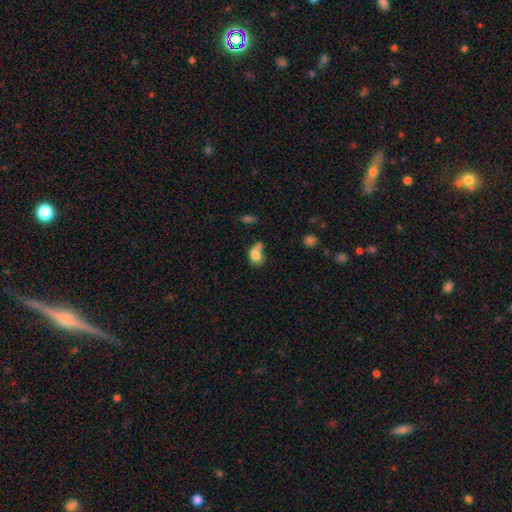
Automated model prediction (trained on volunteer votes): A smooth galaxy with no disk features (78%) that is in between round and cigar-shaped (55%).

Vote fractions:
- Smooth or featured? smooth: 78% / featured or disk: 12% / star or artifact: 10%
- How rounded? in between: 55% / round: 43% / cigar-shaped: 2%
- Merging? none: 30% / minor disturbance: 27% / merger: 22% / major disturbance: 21%